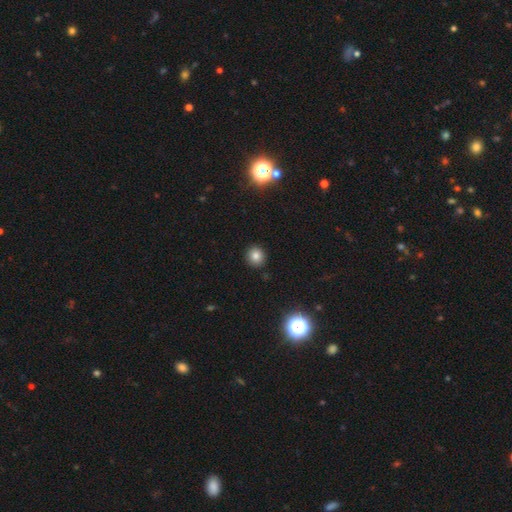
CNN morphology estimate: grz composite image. It shows a smooth galaxy with no disk features (81%) that is round (89%). Merging: none (91%).